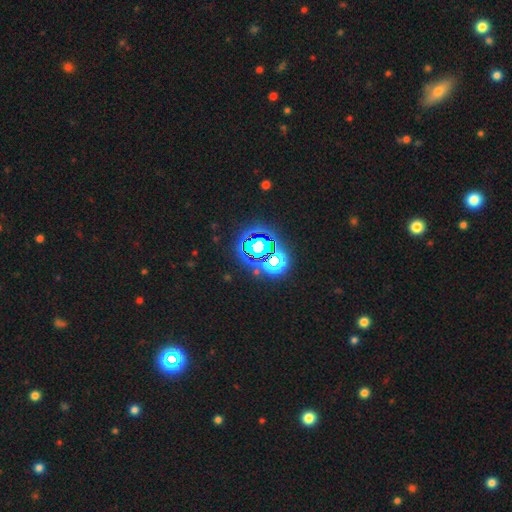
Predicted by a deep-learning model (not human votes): Smooth or featured? Predicted: star or artifact (p=0.80).